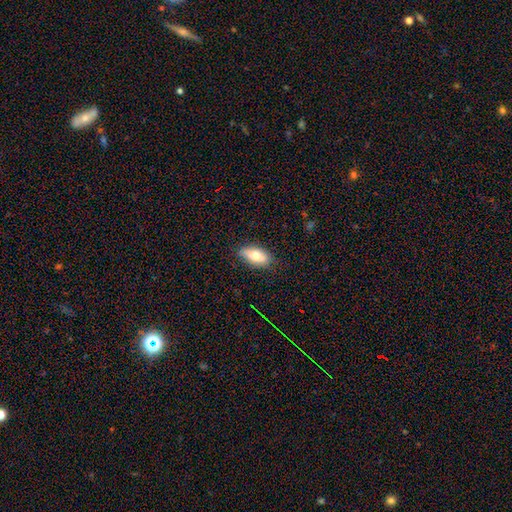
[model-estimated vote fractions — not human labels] Morphology: type=smooth (74%); roundness=in between (84%); merging=none (83%).